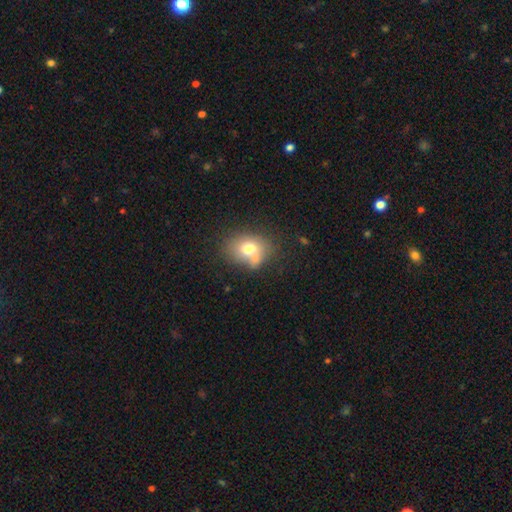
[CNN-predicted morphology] smooth 69%, featured or disk 18%, star or artifact 12%. Down the decision tree: how rounded — round (52%); merging — none (47%).